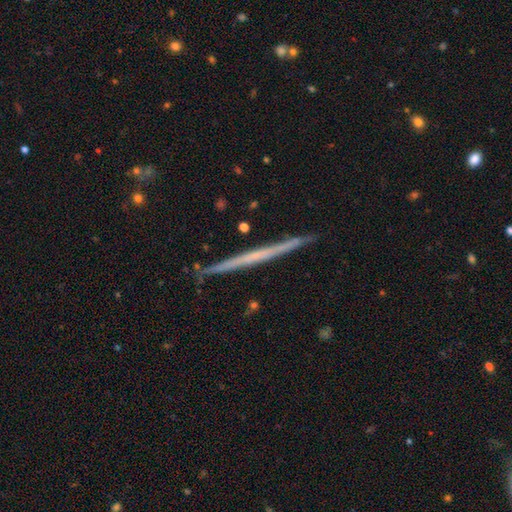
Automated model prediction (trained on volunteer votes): Smooth or featured? Predicted: featured or disk (p=0.62). Edge-on disk? Predicted: yes (p=0.98). Edge-on bulge? Predicted: none (p=0.89). Merging? Predicted: none (p=0.90).